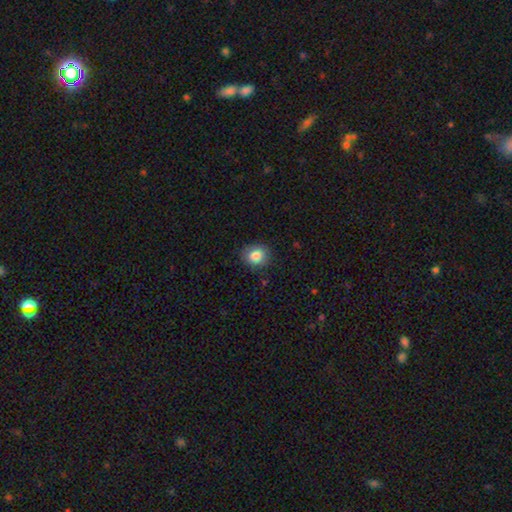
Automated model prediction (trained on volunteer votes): Smooth or featured?
  - smooth: 85% *
  - star or artifact: 9%
  - featured or disk: 6%
How rounded?
  - round: 73% *
  - in between: 26%
  - cigar-shaped: 1%
Merging?
  - none: 83% *
  - minor disturbance: 12%
  - major disturbance: 3%
  - merger: 1%